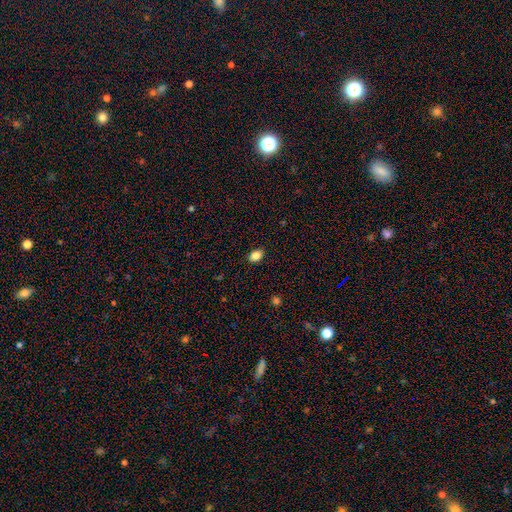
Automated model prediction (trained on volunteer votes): The model was most divided on "how rounded": in between: 79%, round: 20%, cigar-shaped: 1%. More confident: merging — none (88%); smooth or featured — smooth (86%).